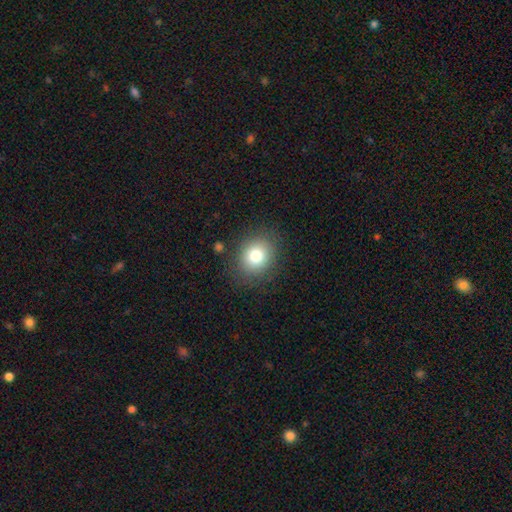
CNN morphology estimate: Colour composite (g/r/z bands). It shows a smooth galaxy with no disk features (79%) that is round (67%). Merging: none (85%).